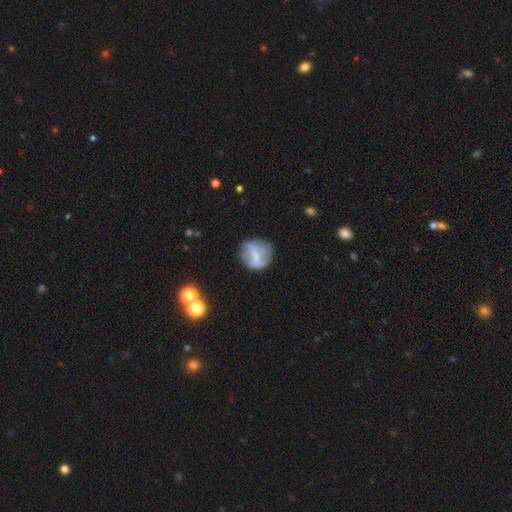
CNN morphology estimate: A smooth galaxy with no disk features (50%) that is round (80%). Merging: none (62%).